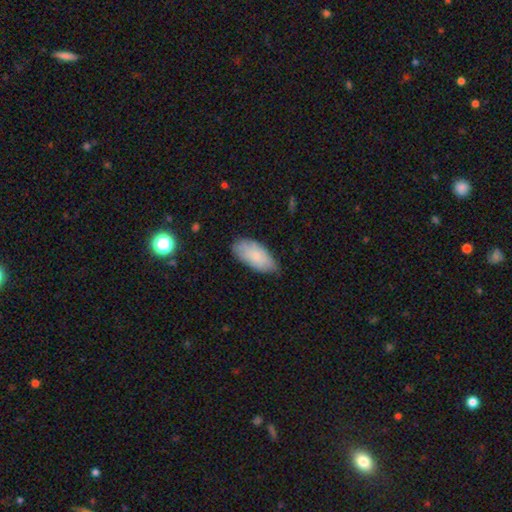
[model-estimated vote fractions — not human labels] smooth 79%, featured or disk 14%, star or artifact 6%. Down the decision tree: how rounded — in between (94%); merging — none (70%).